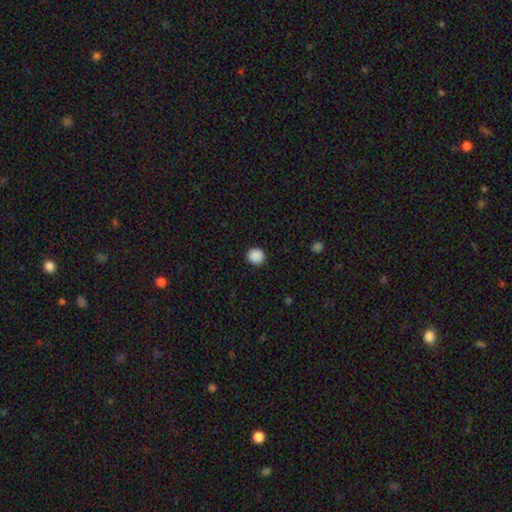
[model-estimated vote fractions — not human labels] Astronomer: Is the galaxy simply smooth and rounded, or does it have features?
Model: smooth — 89%.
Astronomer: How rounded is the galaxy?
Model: round — 92%.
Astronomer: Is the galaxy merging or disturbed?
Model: none — 92%.